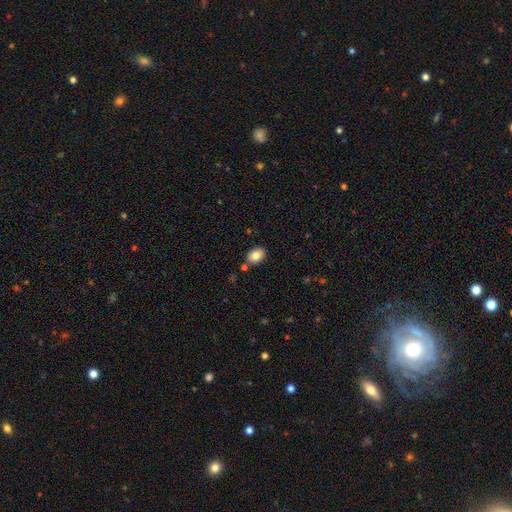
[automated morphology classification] Smooth or featured: smooth — 83% (featured or disk — 8%)
How rounded: in between — 79% (round — 20%)
Merging: none — 82% (minor disturbance — 10%)